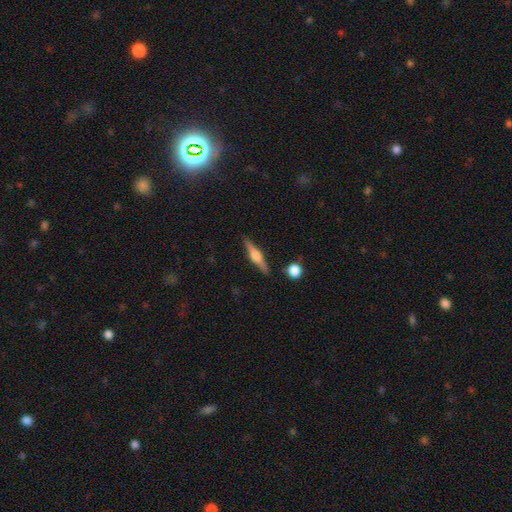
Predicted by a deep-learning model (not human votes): Smooth or featured: featured or disk — 70% (smooth — 24%)
Edge-on disk: yes — 97% (no — 3%)
Edge-on bulge: rounded — 91% (boxy — 7%)
Merging: none — 88% (minor disturbance — 8%)